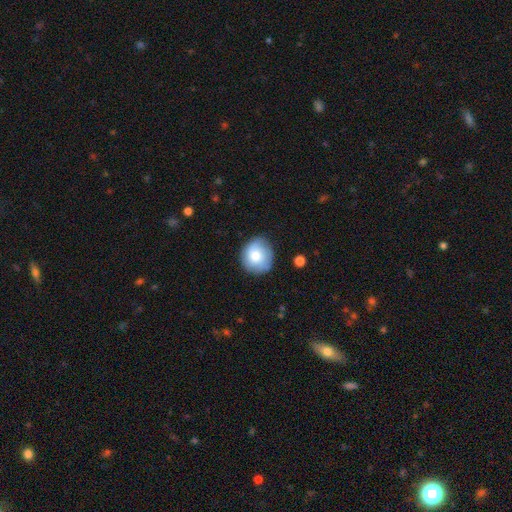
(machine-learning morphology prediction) smooth-or-featured: smooth: 73% | featured or disk: 19% | star or artifact: 7%
  how-rounded: round: 84% | in between: 15% | cigar-shaped: 1%
  merging: none: 78% | minor disturbance: 17% | major disturbance: 4% | merger: 1%